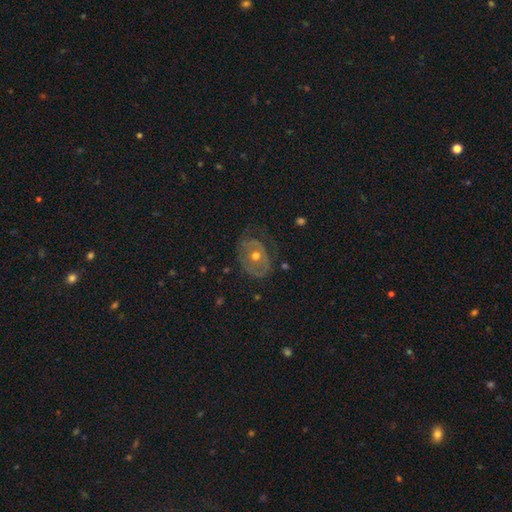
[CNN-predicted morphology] featured or disk 66%, smooth 26%, star or artifact 8%. Down the decision tree: edge-on disk — no (95%); bar — no (82%); spiral arms — no (55%); bulge size — moderate (71%); merging — none (63%).